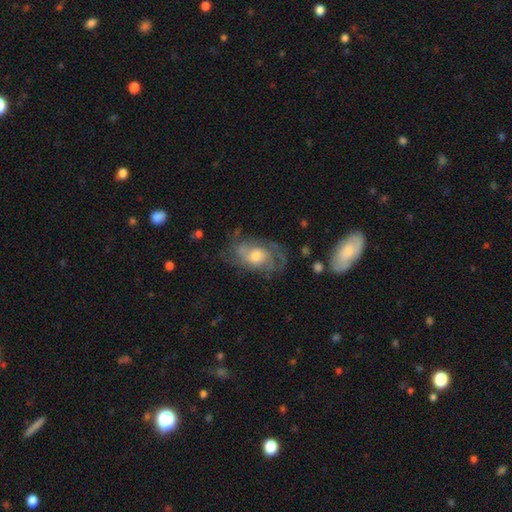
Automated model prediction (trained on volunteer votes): Q: Smooth or featured?
A: featured or disk (75%); runner-up: smooth (18%)
Q: Edge-on disk?
A: no (95%); runner-up: yes (5%)
Q: Bar?
A: no (71%); runner-up: weak (25%)
Q: Spiral arms?
A: yes (88%); runner-up: no (12%)
Q: Spiral winding?
A: tight (41%); tied with: medium (41%)
Q: Spiral arm count?
A: can't tell (36%); runner-up: 2 (30%)
Q: Bulge size?
A: moderate (60%); runner-up: small (22%)
Q: Merging?
A: none (61%); runner-up: minor disturbance (21%)